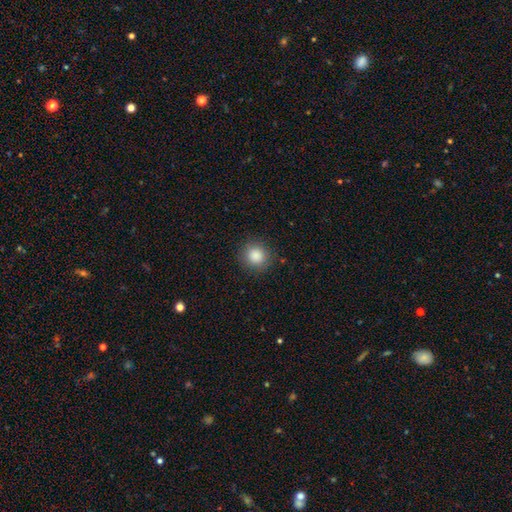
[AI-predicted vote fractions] The model was most divided on "smooth or featured": smooth: 87%, star or artifact: 9%, featured or disk: 4%. More confident: how rounded — round (89%); merging — none (88%).